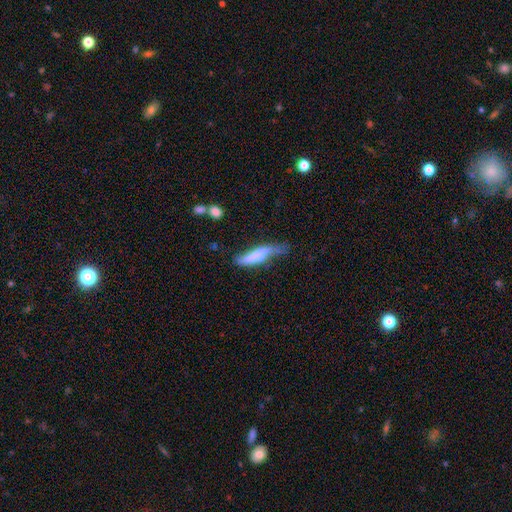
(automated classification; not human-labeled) Overall: smooth (57%; featured or disk 35%). How rounded: cigar-shaped (71%). Merging: minor disturbance (37%; none 30%).